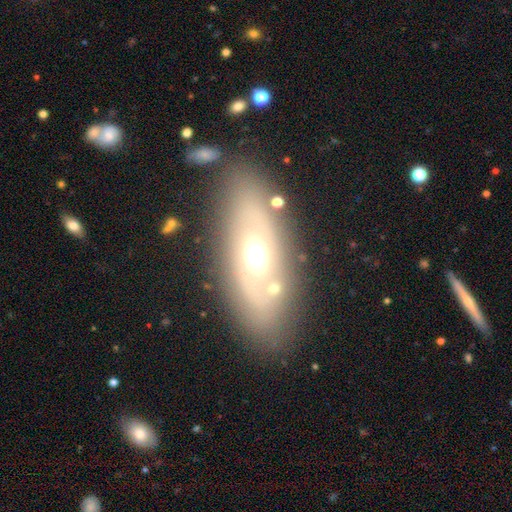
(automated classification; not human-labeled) Smooth or featured? featured or disk (56%)
Edge-on disk? no (75%)
Merging? none (80%)